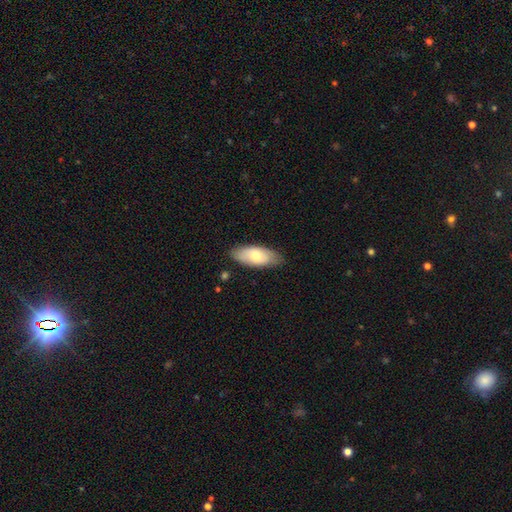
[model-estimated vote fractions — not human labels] A smooth galaxy with no disk features (69%) that is in between round and cigar-shaped (85%). Merging: none (81%).